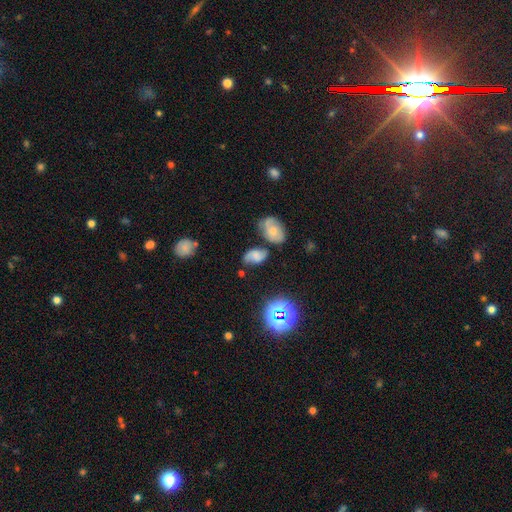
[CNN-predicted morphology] smooth-or-featured: smooth: 47% | featured or disk: 35% | star or artifact: 18%
  merging: none: 53% | minor disturbance: 24% | merger: 14% | major disturbance: 10%